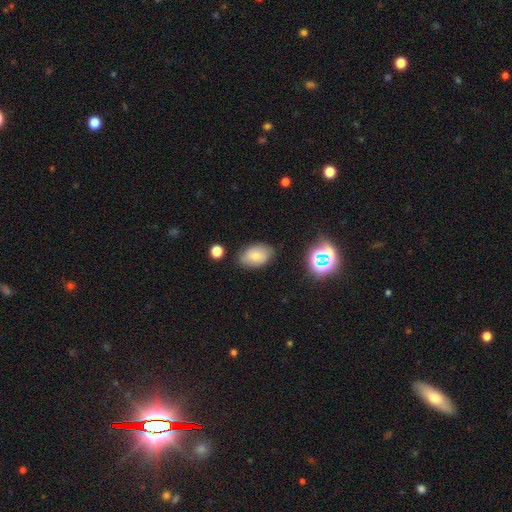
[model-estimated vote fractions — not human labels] smooth_or_featured: smooth (p=0.70) [alt: featured or disk p=0.19]
how_rounded: in between (p=0.87) [alt: round p=0.12]
merging: none (p=0.77) [alt: minor disturbance p=0.17]